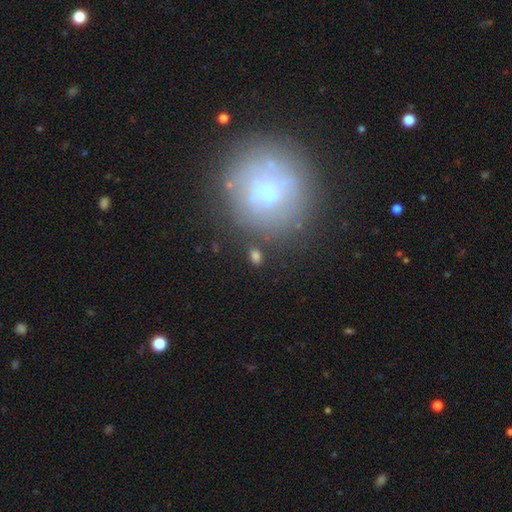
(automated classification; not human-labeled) Smooth or featured: smooth — 75% (star or artifact — 16%)
How rounded: in between — 76% (round — 21%)
Merging: none — 81% (minor disturbance — 10%)